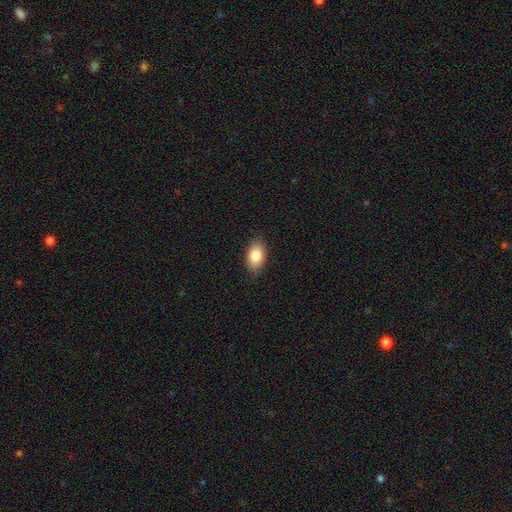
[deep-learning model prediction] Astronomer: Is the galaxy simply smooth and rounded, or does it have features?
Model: smooth — 84%.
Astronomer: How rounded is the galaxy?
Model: in between — 91%.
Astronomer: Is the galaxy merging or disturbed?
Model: none — 86%.